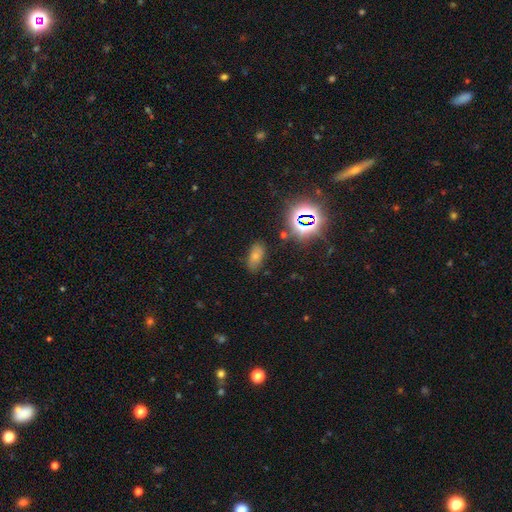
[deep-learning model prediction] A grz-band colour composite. It shows a smooth galaxy with no disk features (63%) that is in between round and cigar-shaped (89%). Merging: none (75%).